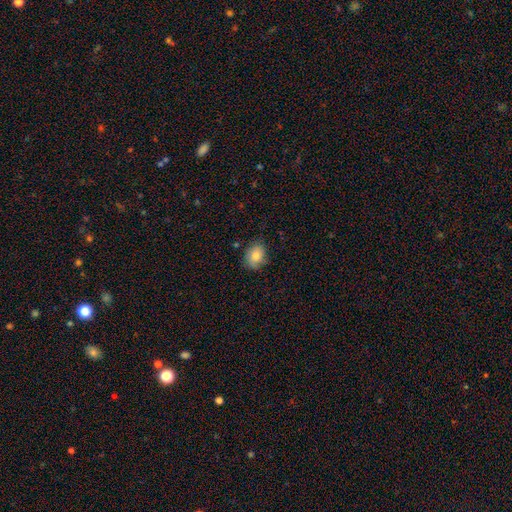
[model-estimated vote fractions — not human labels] The model was most divided on "how rounded": in between: 63%, round: 36%, cigar-shaped: 1%. More confident: smooth or featured — smooth (80%); merging — none (72%).